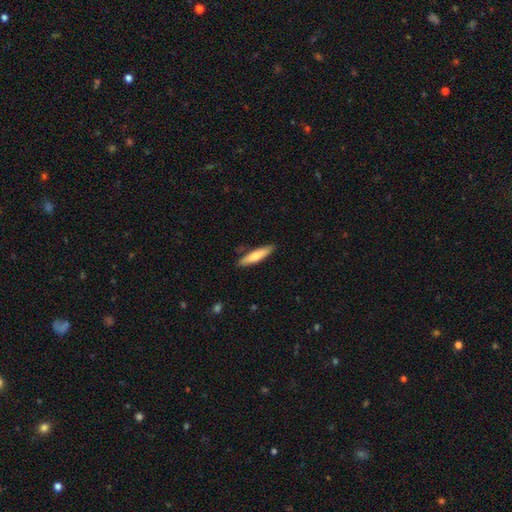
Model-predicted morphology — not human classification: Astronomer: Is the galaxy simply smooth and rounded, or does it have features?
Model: smooth — 70%.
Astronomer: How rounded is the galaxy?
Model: cigar-shaped — 79%.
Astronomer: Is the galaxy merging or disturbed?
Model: none — 87%.